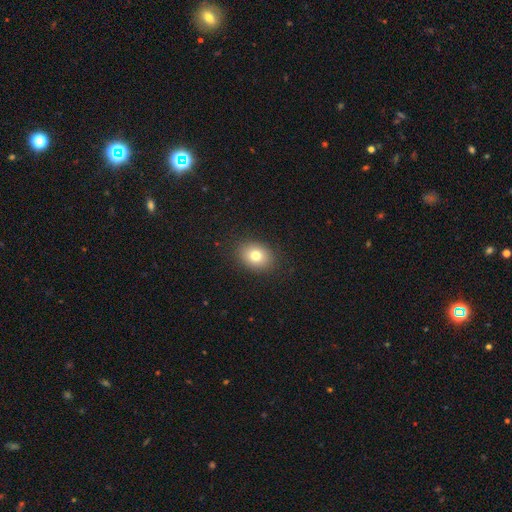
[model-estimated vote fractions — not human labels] Smooth or featured? Predicted: smooth (p=0.77). How rounded? Predicted: in between (p=0.54). Merging? Predicted: none (p=0.89).